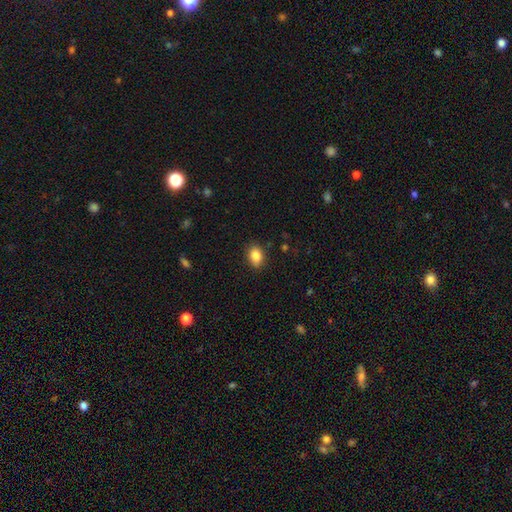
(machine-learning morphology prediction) The model was most divided on "how rounded": in between: 76%, round: 22%, cigar-shaped: 1%. More confident: merging — none (87%); smooth or featured — smooth (86%).